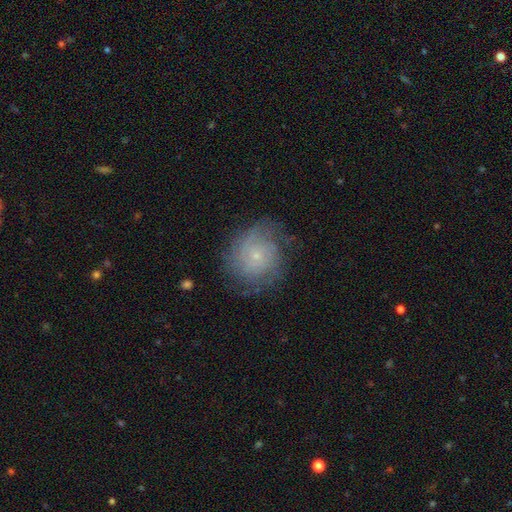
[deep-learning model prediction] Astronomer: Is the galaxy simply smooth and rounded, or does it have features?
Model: featured or disk — 62%.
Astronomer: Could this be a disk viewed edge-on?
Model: no — 97%.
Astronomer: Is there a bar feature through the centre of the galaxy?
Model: no — 82%.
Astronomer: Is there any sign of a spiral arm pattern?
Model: yes — 88%.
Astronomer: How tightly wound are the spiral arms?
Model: tight — 59%.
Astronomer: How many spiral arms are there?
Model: can't tell — 45% (runner-up: 2, 22%).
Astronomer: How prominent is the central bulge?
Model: small — 80%.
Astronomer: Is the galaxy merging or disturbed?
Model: none — 71%.